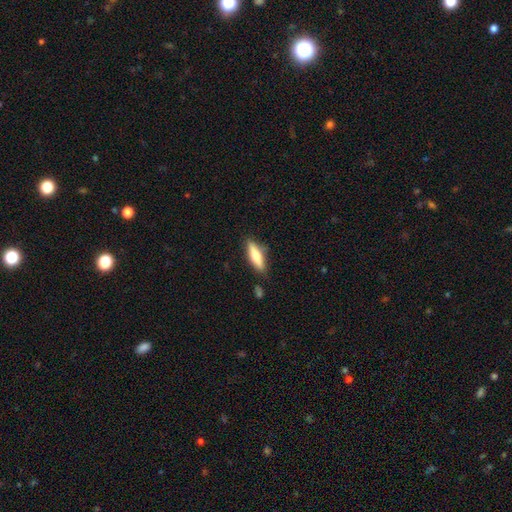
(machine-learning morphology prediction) type=smooth (66%); roundness=cigar-shaped (59%); merging=none (79%).